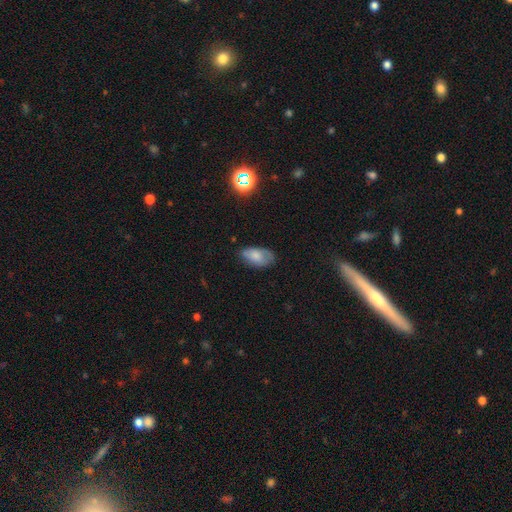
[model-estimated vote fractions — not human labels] The model was most divided on "merging": none: 66%, minor disturbance: 26%, major disturbance: 6%, merger: 1%. More confident: how rounded — in between (93%); smooth or featured — smooth (74%).